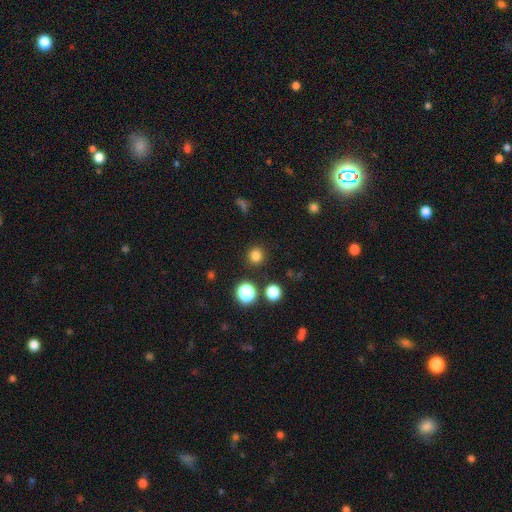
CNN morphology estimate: Overall: smooth (81%). How rounded: round (95%). Merging: none (90%).